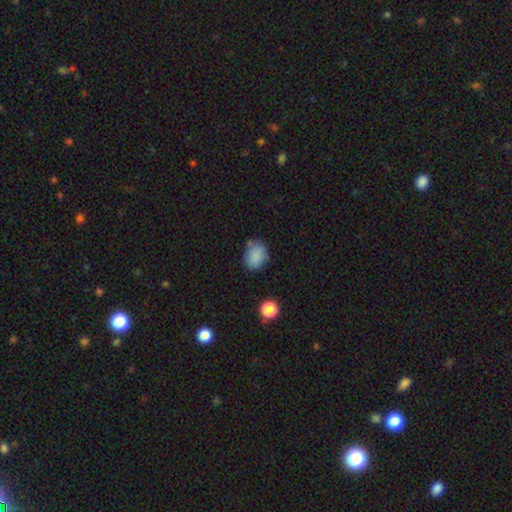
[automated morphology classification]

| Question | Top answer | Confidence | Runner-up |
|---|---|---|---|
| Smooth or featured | smooth | 84% | star or artifact (10%) |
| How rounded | in between | 51% | round (48%) |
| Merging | none | 63% | minor disturbance (25%) |